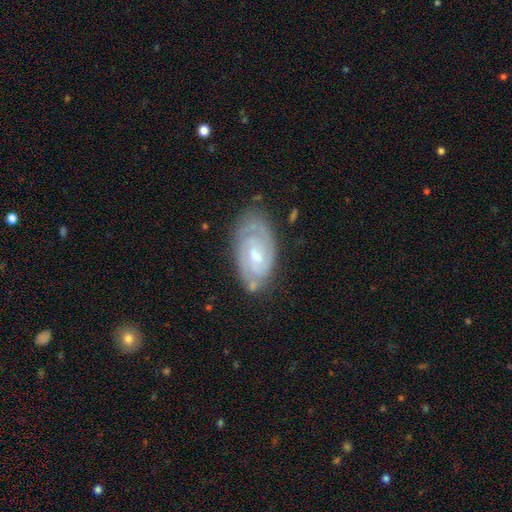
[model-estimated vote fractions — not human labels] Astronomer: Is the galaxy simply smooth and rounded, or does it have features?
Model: featured or disk — 83%.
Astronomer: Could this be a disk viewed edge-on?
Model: no — 96%.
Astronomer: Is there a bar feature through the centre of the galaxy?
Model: weak — 49% (runner-up: no, 42%).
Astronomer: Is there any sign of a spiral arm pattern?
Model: yes — 95%.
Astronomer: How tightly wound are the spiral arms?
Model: tight — 66%.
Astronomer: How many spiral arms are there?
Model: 2 — 57%.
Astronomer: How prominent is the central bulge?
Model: small — 49% (runner-up: moderate, 45%).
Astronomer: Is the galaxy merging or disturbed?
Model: none — 72%.